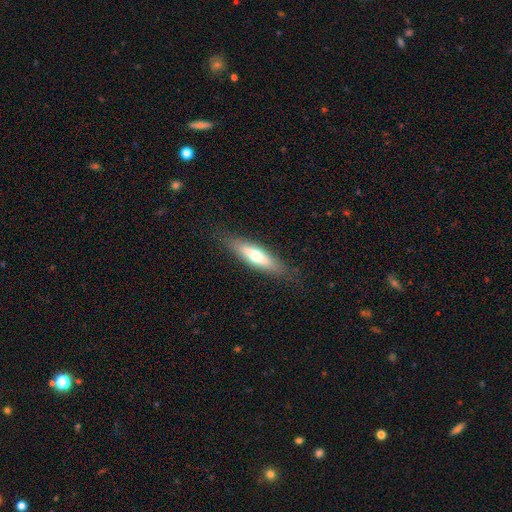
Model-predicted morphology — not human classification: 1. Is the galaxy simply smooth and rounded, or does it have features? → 57% smooth, 36% featured or disk, 6% star or artifact.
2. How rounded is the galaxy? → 66% cigar-shaped, 32% in between, 2% round.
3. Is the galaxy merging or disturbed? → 84% none, 12% minor disturbance, 3% major disturbance, 1% merger.